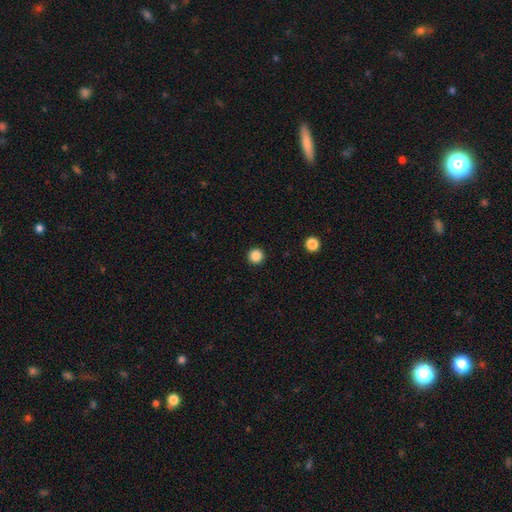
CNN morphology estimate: smooth-or-featured: smooth: 86% | star or artifact: 11% | featured or disk: 3%
  how-rounded: round: 96% | in between: 3% | cigar-shaped: 1%
  merging: none: 93% | minor disturbance: 4% | major disturbance: 2% | merger: 1%